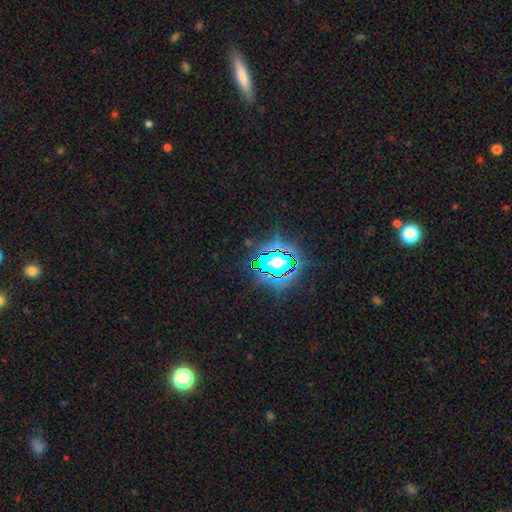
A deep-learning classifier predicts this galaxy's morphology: Smooth or featured? Predicted: star or artifact (p=0.79).